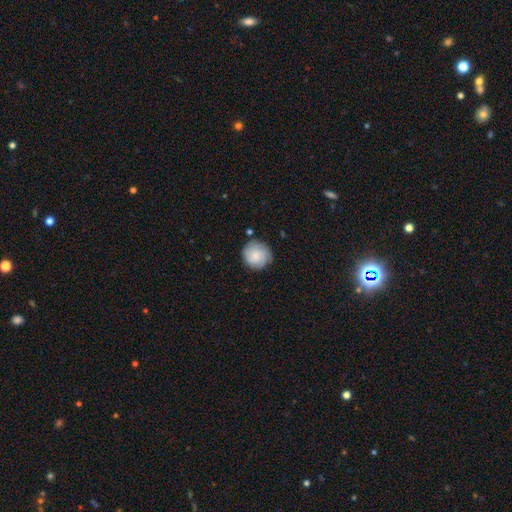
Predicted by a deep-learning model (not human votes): This is possibly a smooth galaxy (49%). Merging: likely none (79%).